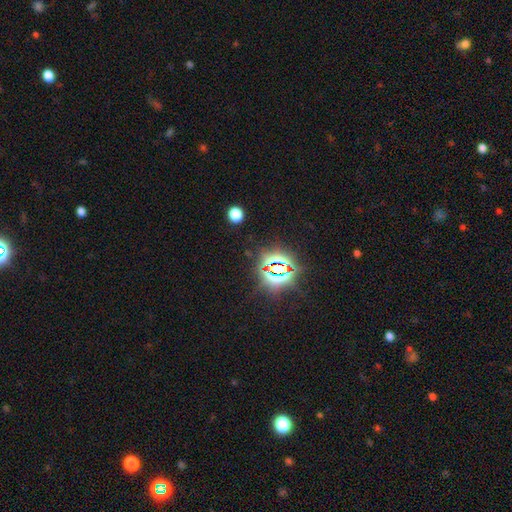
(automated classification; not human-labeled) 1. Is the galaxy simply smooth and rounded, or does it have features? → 81% star or artifact, 12% smooth, 7% featured or disk.